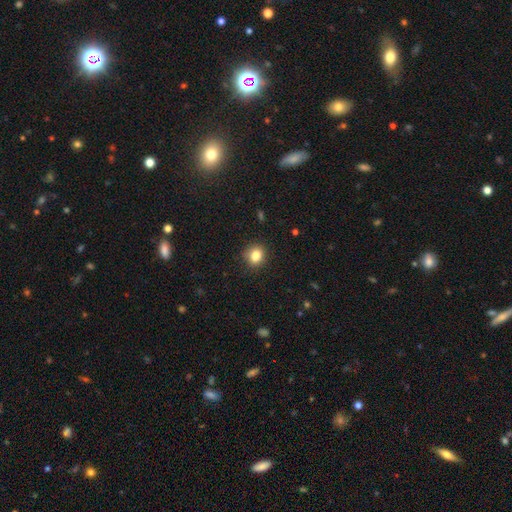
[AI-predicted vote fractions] smooth 84%, star or artifact 11%, featured or disk 6%. Down the decision tree: how rounded — round (66%); merging — none (86%).